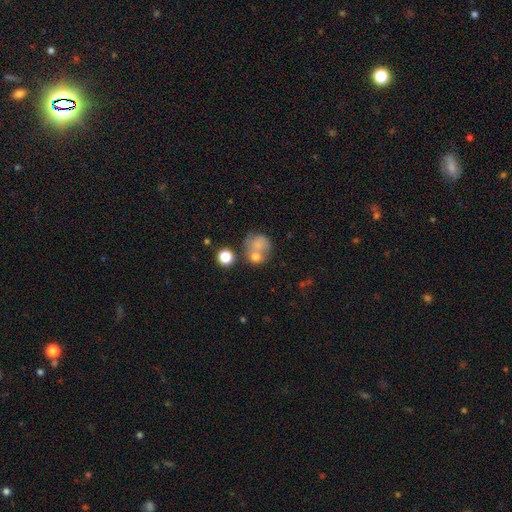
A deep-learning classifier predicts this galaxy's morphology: Smooth or featured? Predicted: smooth (p=0.71). How rounded? Predicted: round (p=0.77). Merging? Predicted: merger (p=0.42).